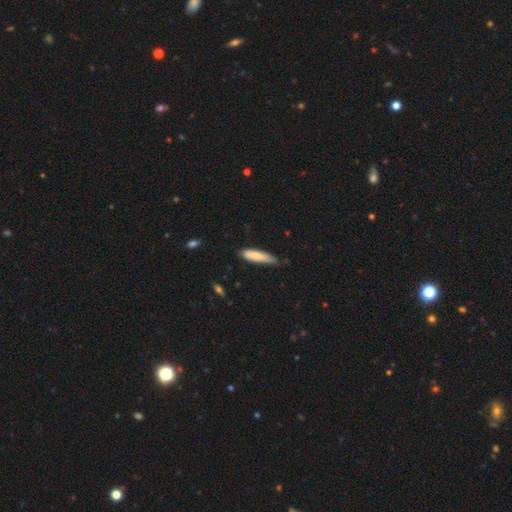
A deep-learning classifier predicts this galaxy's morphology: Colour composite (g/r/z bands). It shows a smooth galaxy with no disk features (74%) that is cigar-shaped (72%). Merging: none (63%).